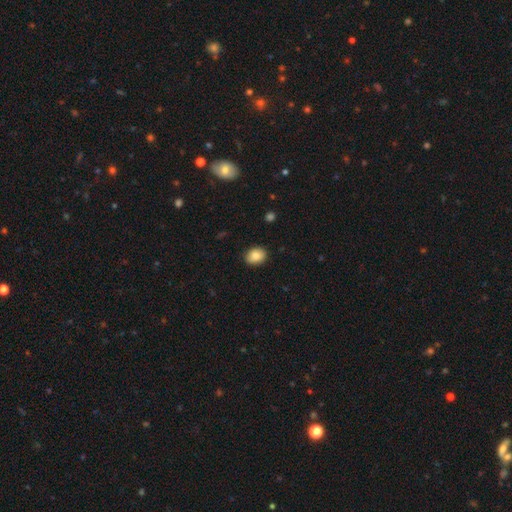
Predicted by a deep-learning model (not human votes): This is clearly a smooth galaxy (87%). How rounded: likely in between (61%). Merging: clearly none (88%).